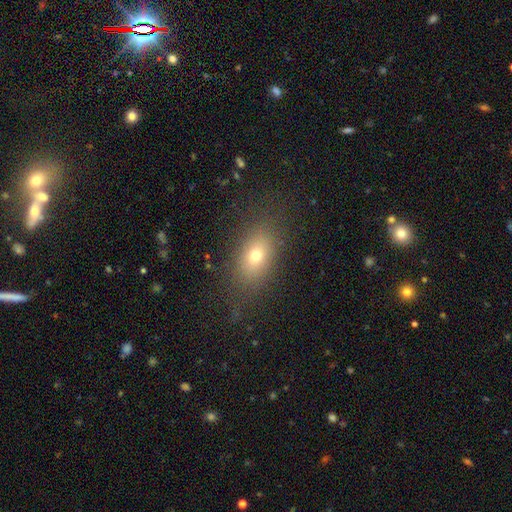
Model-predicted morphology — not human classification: Smooth or featured? Predicted: smooth (p=0.69). How rounded? Predicted: in between (p=0.78). Merging? Predicted: none (p=0.81).